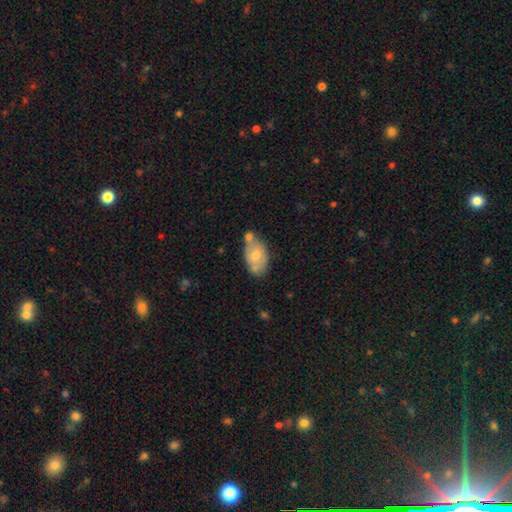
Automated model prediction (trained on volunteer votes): This is likely a smooth galaxy (62%). How rounded: clearly in between (89%). Merging: possibly none (45%).